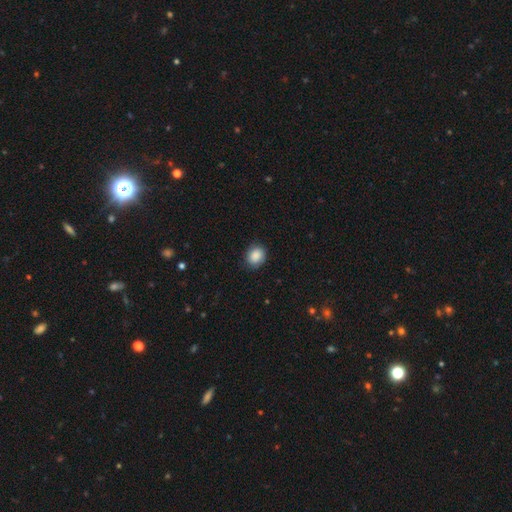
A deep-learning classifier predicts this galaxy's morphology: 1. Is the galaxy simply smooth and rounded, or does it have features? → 87% smooth, 8% star or artifact, 5% featured or disk.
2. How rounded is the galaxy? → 59% round, 40% in between, 1% cigar-shaped.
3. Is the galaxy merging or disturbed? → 81% none, 15% minor disturbance, 3% major disturbance, 1% merger.